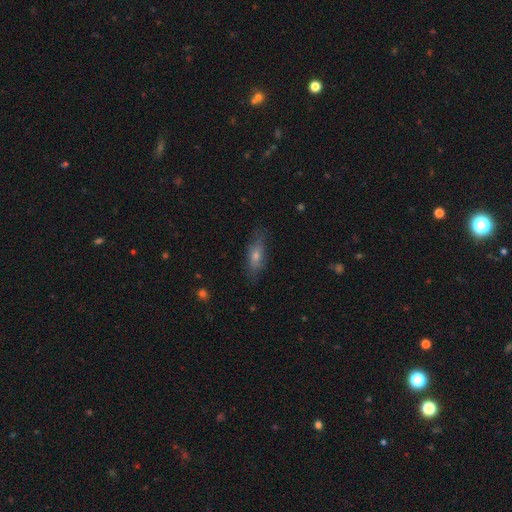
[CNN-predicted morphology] Q: Smooth or featured?
A: smooth (53%); runner-up: featured or disk (35%)
Q: How rounded?
A: in between (52%); runner-up: cigar-shaped (44%)
Q: Merging?
A: none (77%); runner-up: minor disturbance (17%)